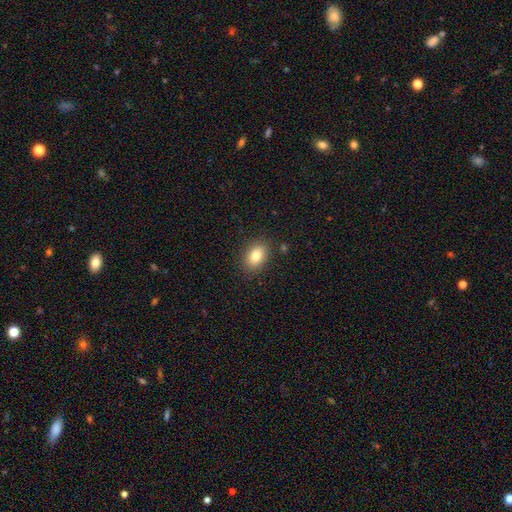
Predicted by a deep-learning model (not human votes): Morphology: type=smooth (82%); roundness=in between (80%); merging=none (86%).